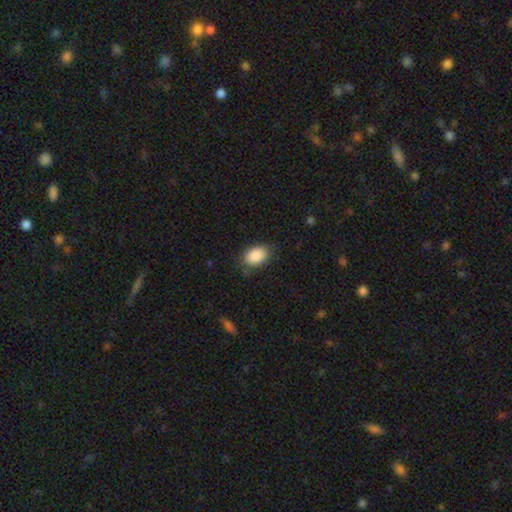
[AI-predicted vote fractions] Smooth or featured? Predicted: smooth (p=0.89). How rounded? Predicted: in between (p=0.85). Merging? Predicted: none (p=0.78).